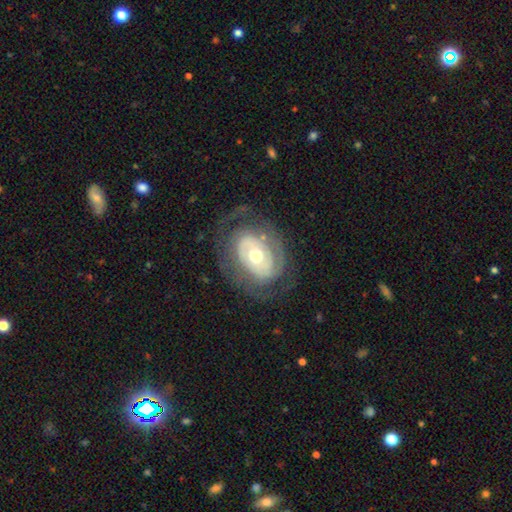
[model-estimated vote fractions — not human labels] Smooth or featured? featured or disk (80%)
Edge-on disk? no (96%)
Bar? no (70%)
Spiral arms? yes (78%)
Spiral winding? tight (63%)
Spiral arm count? 2 (42%)
Bulge size? moderate (70%)
Merging? none (69%)